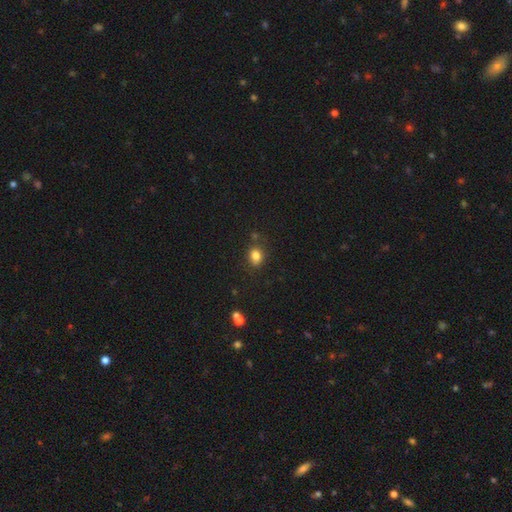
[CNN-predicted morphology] Smooth or featured? smooth (82%)
How rounded? in between (53%)
Merging? none (75%)